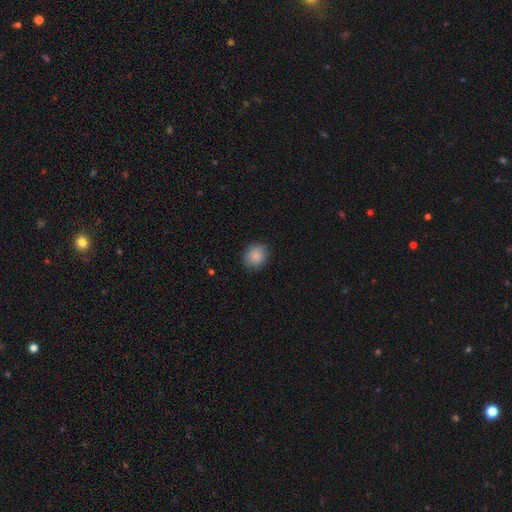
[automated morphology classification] smooth-or-featured: smooth: 87% | star or artifact: 8% | featured or disk: 5%
  how-rounded: round: 70% | in between: 29% | cigar-shaped: 1%
  merging: none: 85% | minor disturbance: 12% | major disturbance: 3% | merger: 1%